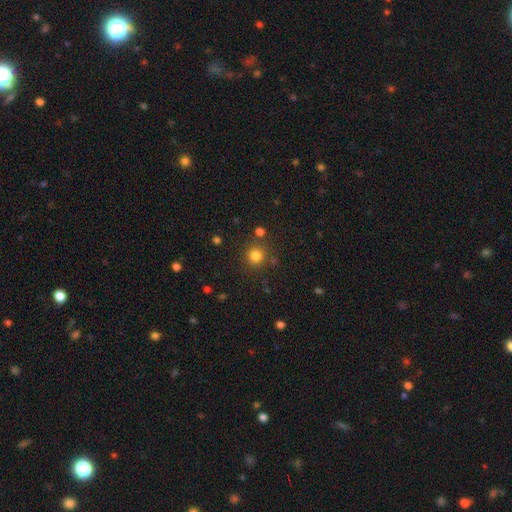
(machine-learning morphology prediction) type=smooth (80%); roundness=round (93%); merging=none (84%).